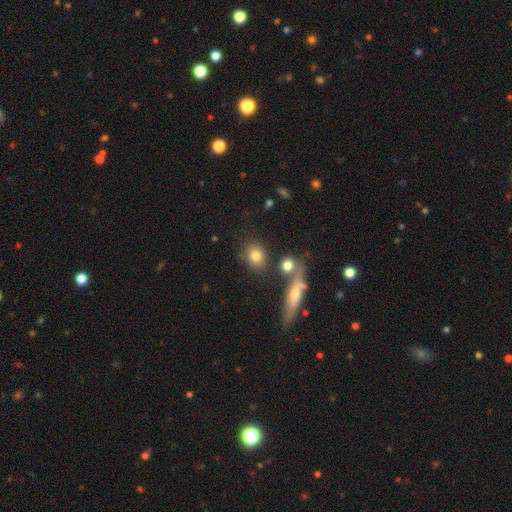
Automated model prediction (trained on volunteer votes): Smooth or featured? Predicted: smooth (p=0.79). How rounded? Predicted: round (p=0.62). Merging? Predicted: none (p=0.70).